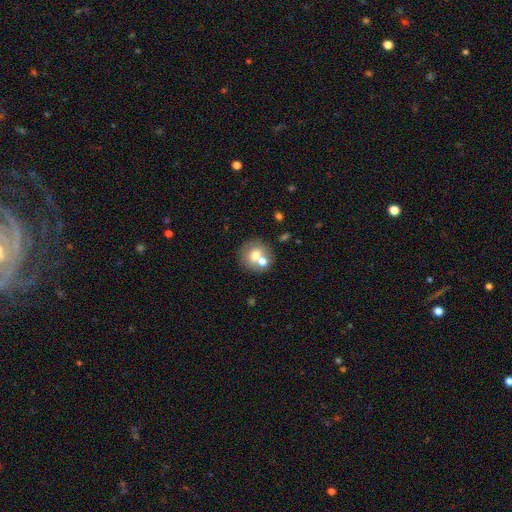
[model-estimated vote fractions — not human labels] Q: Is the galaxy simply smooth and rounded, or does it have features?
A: smooth — 65%.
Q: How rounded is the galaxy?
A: round — 88%.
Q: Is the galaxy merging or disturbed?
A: none — 57%.